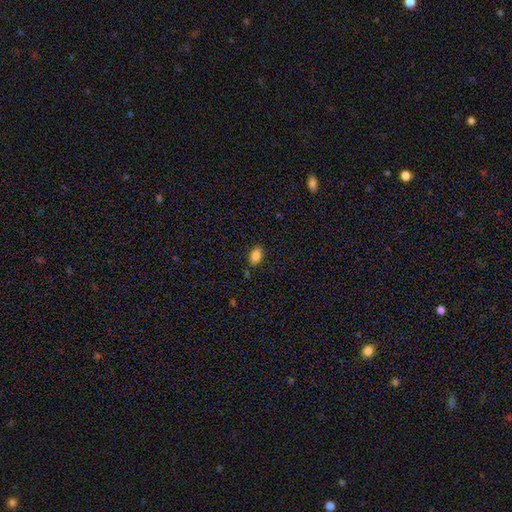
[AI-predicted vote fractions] Overall: smooth (85%). How rounded: in between (89%). Merging: none (82%).